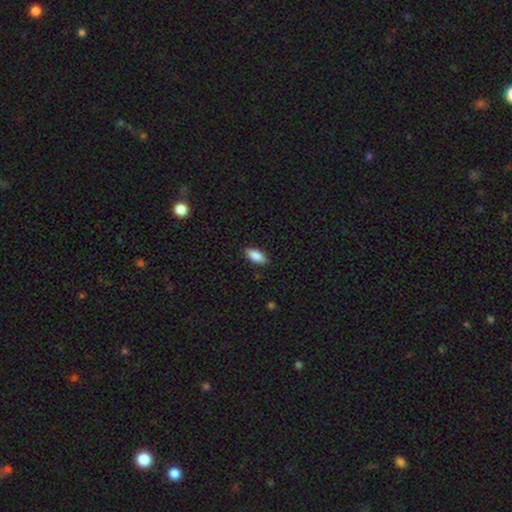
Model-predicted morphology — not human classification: Smooth or featured? smooth (86%)
How rounded? in between (84%)
Merging? none (87%)